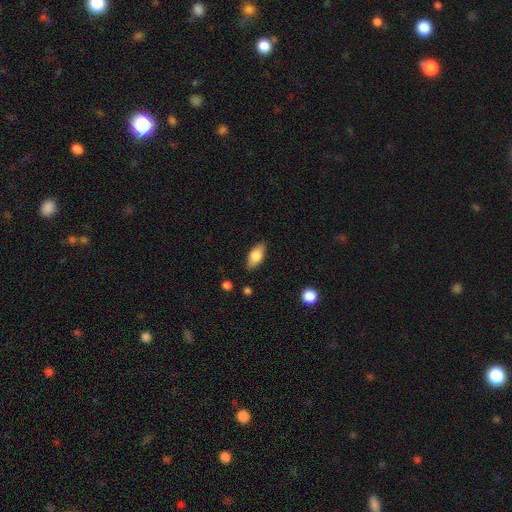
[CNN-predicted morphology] Smooth or featured?
  - smooth: 75% *
  - featured or disk: 18%
  - star or artifact: 7%
How rounded?
  - in between: 87% *
  - cigar-shaped: 10%
  - round: 3%
Merging?
  - none: 86% *
  - minor disturbance: 10%
  - major disturbance: 2%
  - merger: 1%